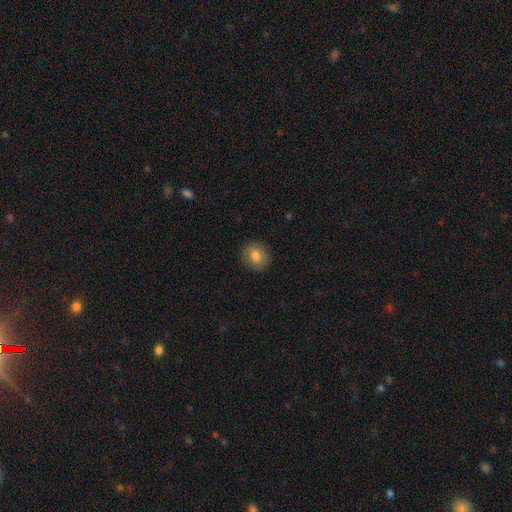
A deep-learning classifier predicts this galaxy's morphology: smooth 79%, featured or disk 12%, star or artifact 9%. Down the decision tree: how rounded — round (82%); merging — none (90%).